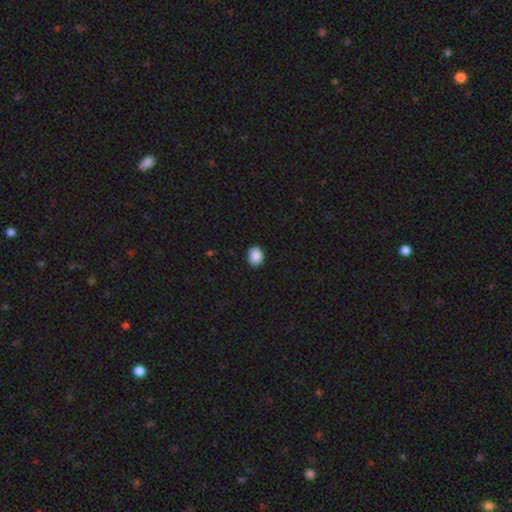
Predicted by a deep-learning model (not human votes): smooth_or_featured: smooth (p=0.90) [alt: star or artifact p=0.08]
how_rounded: in between (p=0.60) [alt: round p=0.39]
merging: none (p=0.90) [alt: minor disturbance p=0.07]